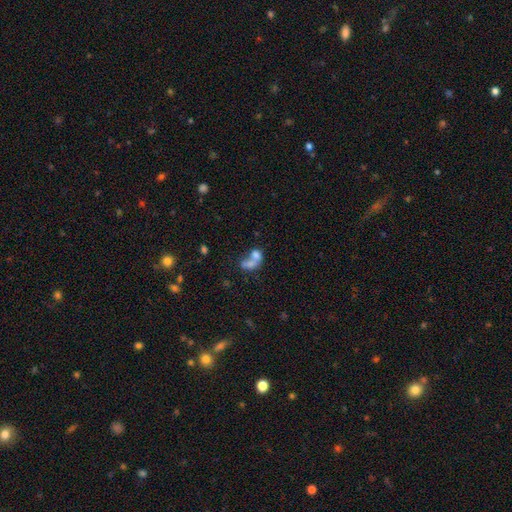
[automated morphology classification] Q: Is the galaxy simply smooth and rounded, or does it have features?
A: smooth — 64%.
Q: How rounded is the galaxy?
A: in between — 66%.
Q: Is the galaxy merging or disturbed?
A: merger — 67%.